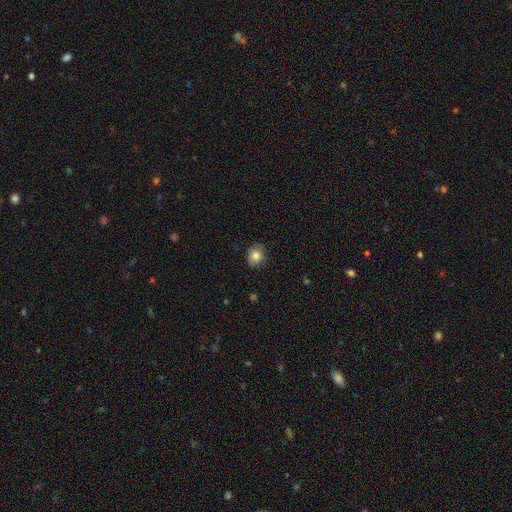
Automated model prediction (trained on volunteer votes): A smooth galaxy with no disk features (82%) that is round (63%).

Vote fractions:
- Smooth or featured? smooth: 82% / star or artifact: 10% / featured or disk: 9%
- How rounded? round: 63% / in between: 36% / cigar-shaped: 1%
- Merging? none: 82% / minor disturbance: 14% / major disturbance: 2% / merger: 1%